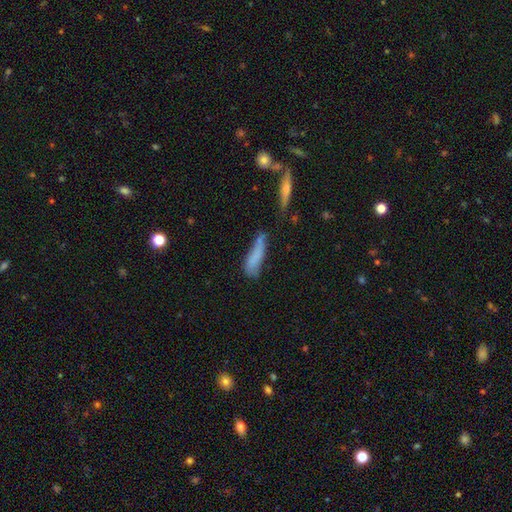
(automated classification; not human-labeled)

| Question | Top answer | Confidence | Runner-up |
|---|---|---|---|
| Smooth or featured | smooth | 73% | featured or disk (17%) |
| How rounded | cigar-shaped | 69% | in between (29%) |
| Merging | none | 47% | minor disturbance (31%) |